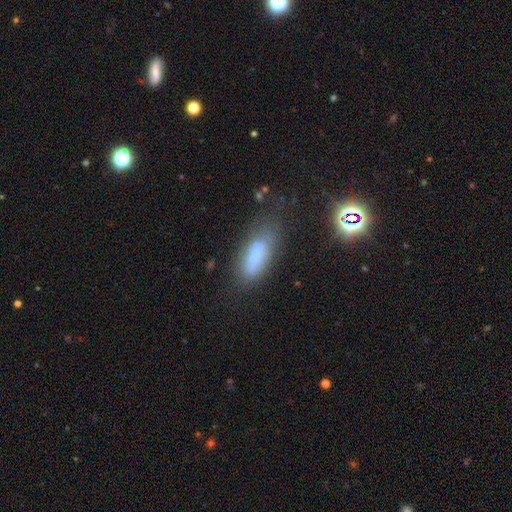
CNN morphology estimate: The model was most divided on "merging": none: 52%, minor disturbance: 27%, major disturbance: 15%, merger: 6%. More confident: how rounded — in between (74%); smooth or featured — smooth (71%).